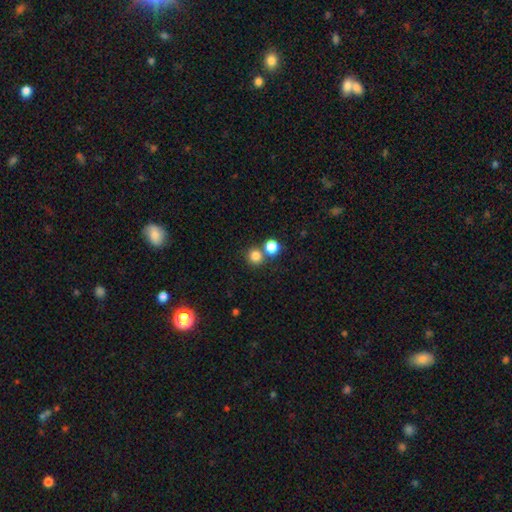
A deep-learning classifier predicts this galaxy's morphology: Smooth or featured: smooth — 81% (star or artifact — 13%)
How rounded: round — 92% (in between — 7%)
Merging: none — 66% (merger — 25%)